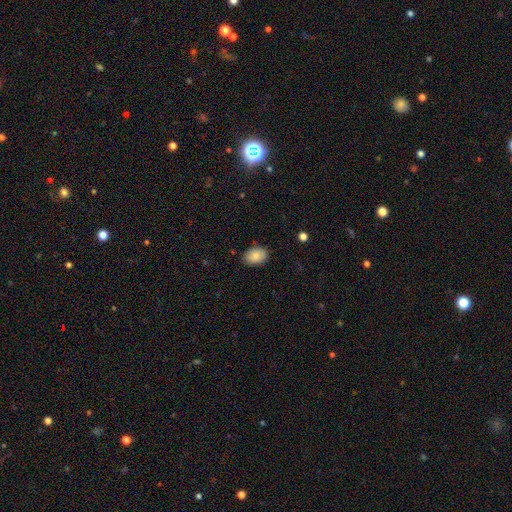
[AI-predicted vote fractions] A smooth galaxy with no disk features (85%) that is in between round and cigar-shaped (83%).

Vote fractions:
- Smooth or featured? smooth: 85% / featured or disk: 8% / star or artifact: 7%
- How rounded? in between: 83% / round: 16% / cigar-shaped: 1%
- Merging? none: 86% / minor disturbance: 11% / major disturbance: 2% / merger: 1%